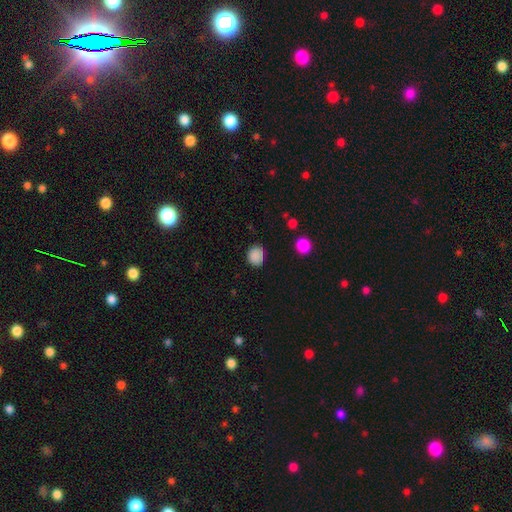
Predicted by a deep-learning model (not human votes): Smooth or featured? Predicted: smooth (p=0.85). How rounded? Predicted: round (p=0.68). Merging? Predicted: none (p=0.78).